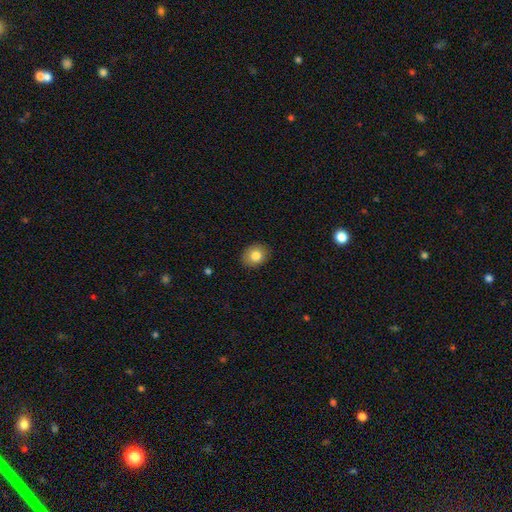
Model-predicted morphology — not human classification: Smooth or featured? Predicted: smooth (p=0.82). How rounded? Predicted: round (p=0.50). Merging? Predicted: none (p=0.87).